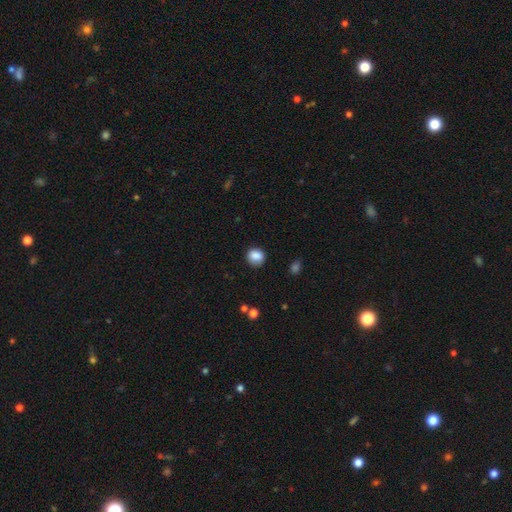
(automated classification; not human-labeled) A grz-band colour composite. It shows a smooth galaxy with no disk features (86%) that is round (76%). Merging: none (80%).